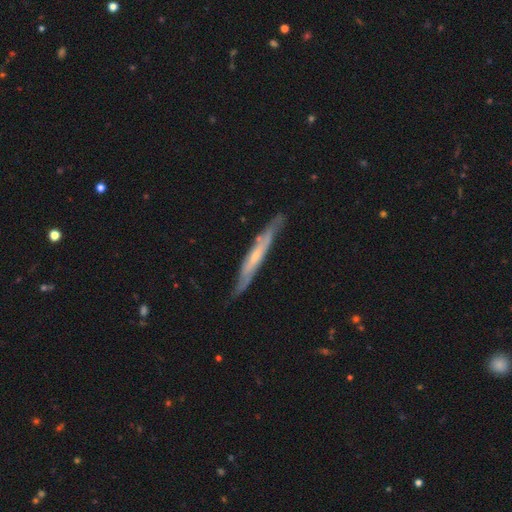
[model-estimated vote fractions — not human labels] A featured or disk galaxy (69%) viewed edge-on (80%) with no central bulge (56%). Merging: none (79%).